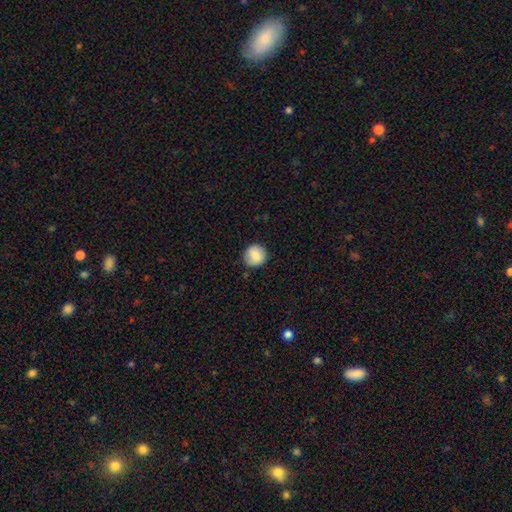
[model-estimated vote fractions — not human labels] Overall: smooth (83%). How rounded: round (93%). Merging: none (84%).